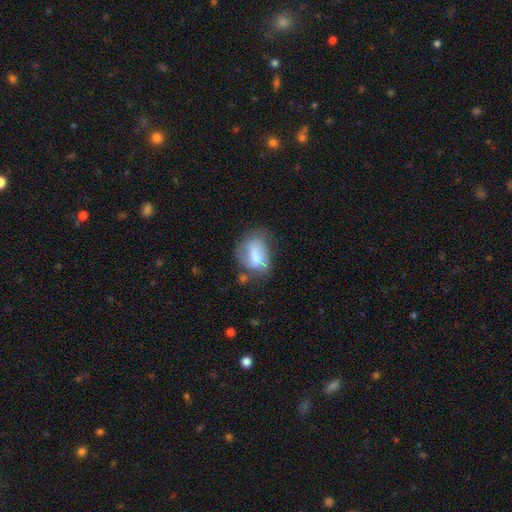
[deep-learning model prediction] This appears to be a smooth galaxy with no disk features (64%) that is in between round and cigar-shaped (73%). Merging: none (40%).